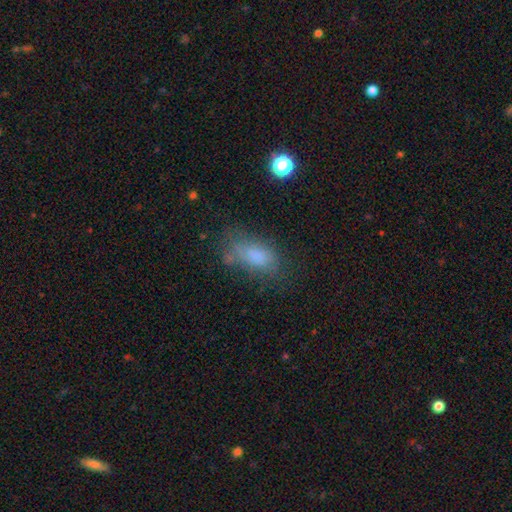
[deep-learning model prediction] Q: Smooth or featured?
A: smooth (70%); runner-up: featured or disk (17%)
Q: How rounded?
A: in between (86%); runner-up: cigar-shaped (7%)
Q: Merging?
A: none (49%); runner-up: minor disturbance (26%)